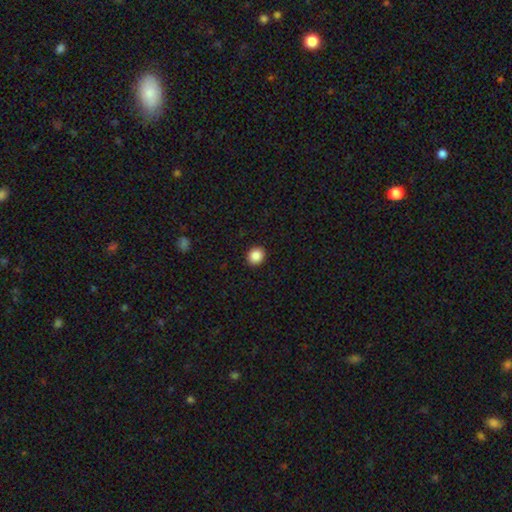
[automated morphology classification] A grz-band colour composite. It shows a smooth galaxy with no disk features (87%) that is round (78%). Merging: none (92%).